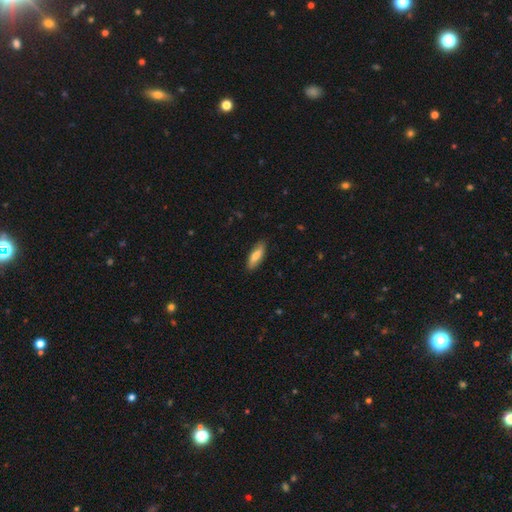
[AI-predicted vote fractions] Smooth or featured: smooth — 76% (featured or disk — 18%)
How rounded: in between — 57% (cigar-shaped — 41%)
Merging: none — 86% (minor disturbance — 11%)